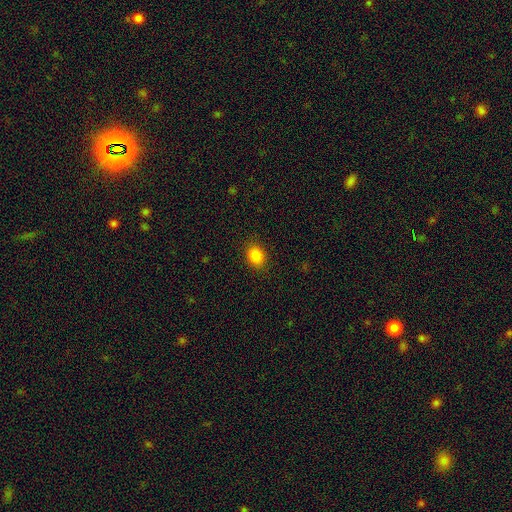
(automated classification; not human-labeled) smooth 85%, star or artifact 10%, featured or disk 5%. Down the decision tree: how rounded — in between (60%); merging — none (88%).